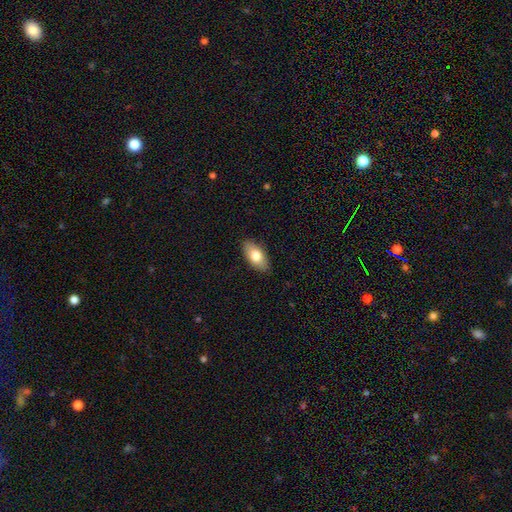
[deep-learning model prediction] Smooth or featured: smooth — 77% (featured or disk — 17%)
How rounded: in between — 91% (cigar-shaped — 6%)
Merging: none — 88% (minor disturbance — 9%)